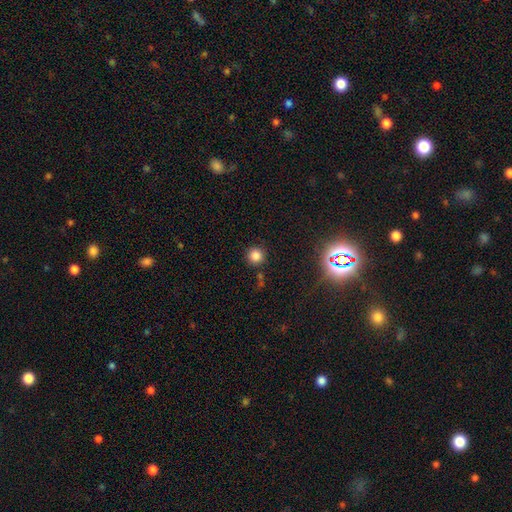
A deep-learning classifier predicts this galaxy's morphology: A smooth galaxy with no disk features (82%) that is round (95%). Merging: none (86%).